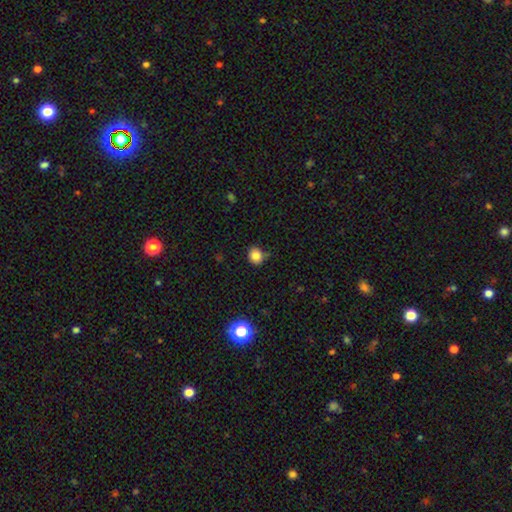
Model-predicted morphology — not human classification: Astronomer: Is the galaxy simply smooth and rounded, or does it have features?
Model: smooth — 83%.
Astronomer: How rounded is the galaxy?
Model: round — 73%.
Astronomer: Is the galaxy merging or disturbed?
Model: none — 80%.